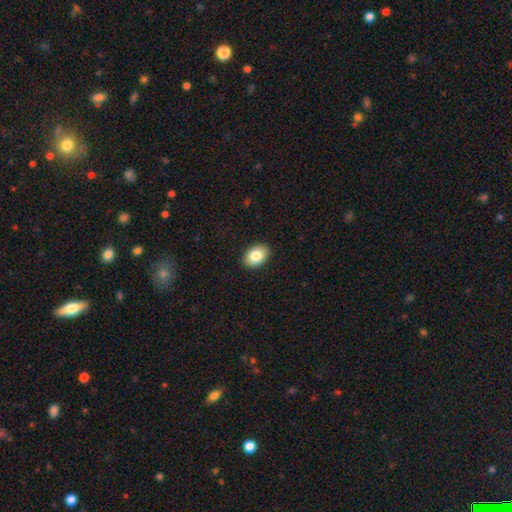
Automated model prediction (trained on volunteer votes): Smooth or featured? Predicted: smooth (p=0.83). How rounded? Predicted: in between (p=0.84). Merging? Predicted: none (p=0.90).